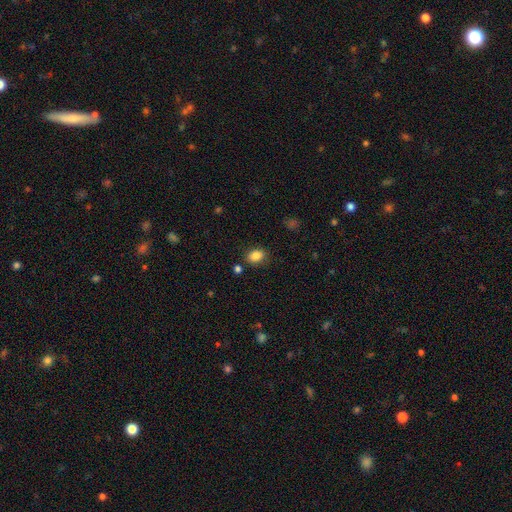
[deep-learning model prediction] Smooth or featured: smooth — 86% (star or artifact — 9%)
How rounded: in between — 71% (round — 28%)
Merging: none — 82% (minor disturbance — 11%)